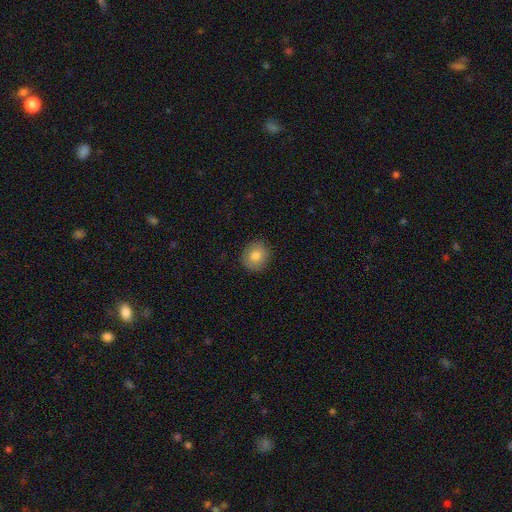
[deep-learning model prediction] Smooth or featured: smooth — 81% (featured or disk — 10%)
How rounded: round — 81% (in between — 18%)
Merging: none — 90% (minor disturbance — 8%)